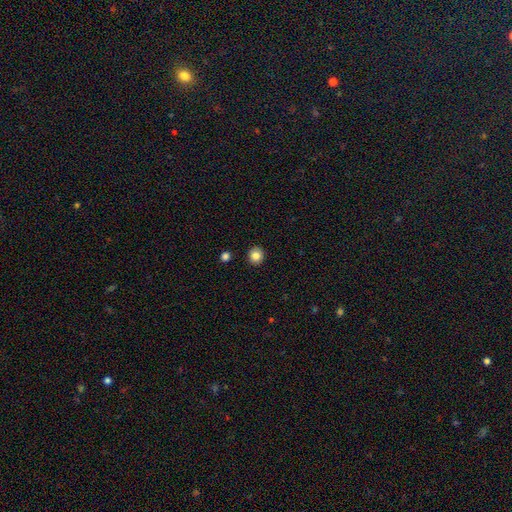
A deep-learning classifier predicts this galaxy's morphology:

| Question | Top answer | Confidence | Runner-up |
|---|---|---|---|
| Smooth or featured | smooth | 84% | star or artifact (10%) |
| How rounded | round | 90% | in between (9%) |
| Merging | none | 92% | minor disturbance (5%) |